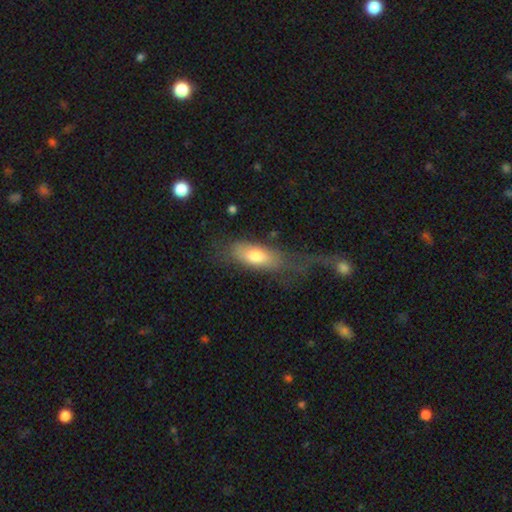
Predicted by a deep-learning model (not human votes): smooth_or_featured: smooth (p=0.69) [alt: featured or disk p=0.25]
how_rounded: in between (p=0.78) [alt: cigar-shaped p=0.19]
merging: none (p=0.37) [alt: major disturbance p=0.36]